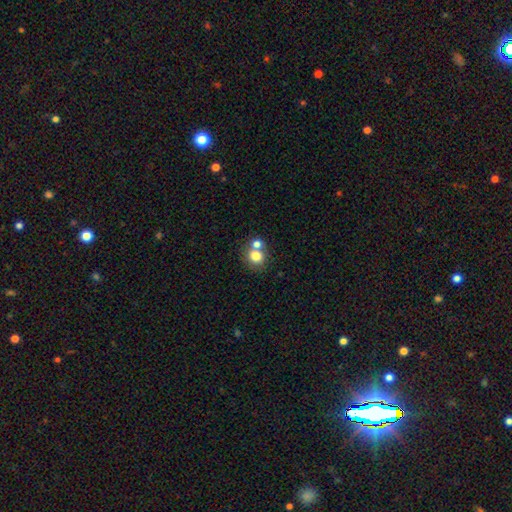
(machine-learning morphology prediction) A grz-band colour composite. It shows a smooth galaxy with no disk features (78%) that is round (79%). Merging: none (50%).